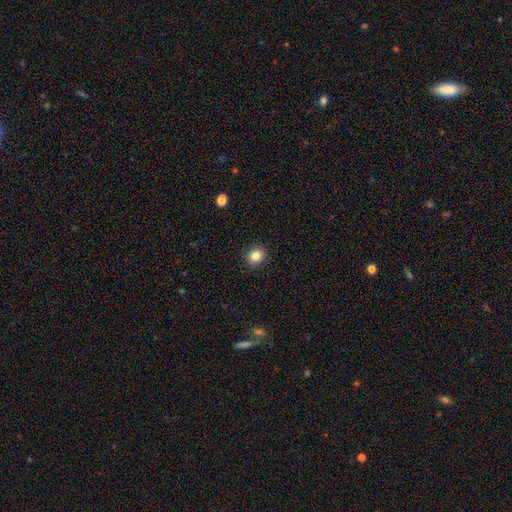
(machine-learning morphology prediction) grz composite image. It shows a smooth galaxy with no disk features (84%) that is round (81%). Merging: none (91%).